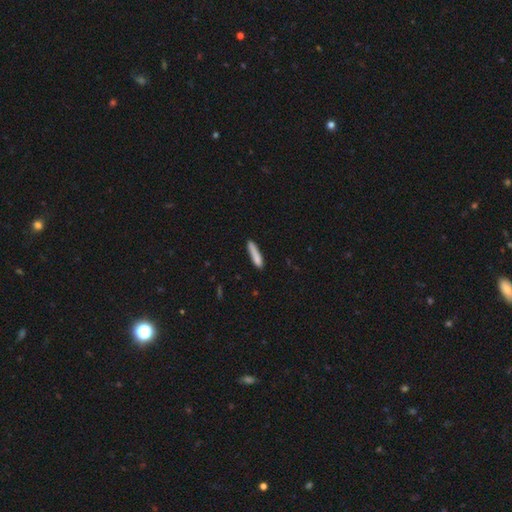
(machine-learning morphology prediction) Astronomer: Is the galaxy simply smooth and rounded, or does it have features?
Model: smooth — 84%.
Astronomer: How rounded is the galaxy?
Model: cigar-shaped — 90%.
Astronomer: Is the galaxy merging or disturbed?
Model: none — 81%.